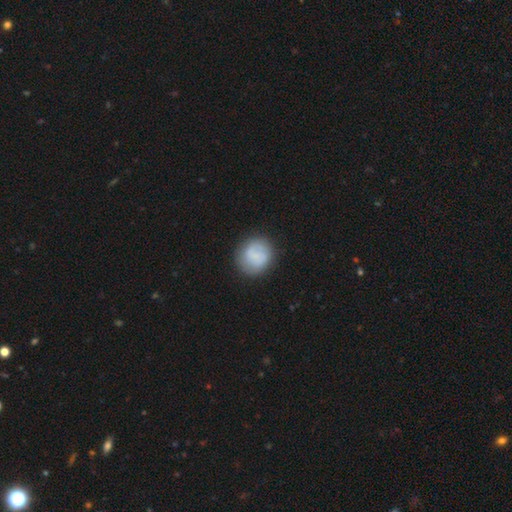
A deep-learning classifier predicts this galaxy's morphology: Q: Smooth or featured?
A: smooth (73%); runner-up: featured or disk (19%)
Q: How rounded?
A: round (86%); runner-up: in between (13%)
Q: Merging?
A: none (79%); runner-up: minor disturbance (14%)